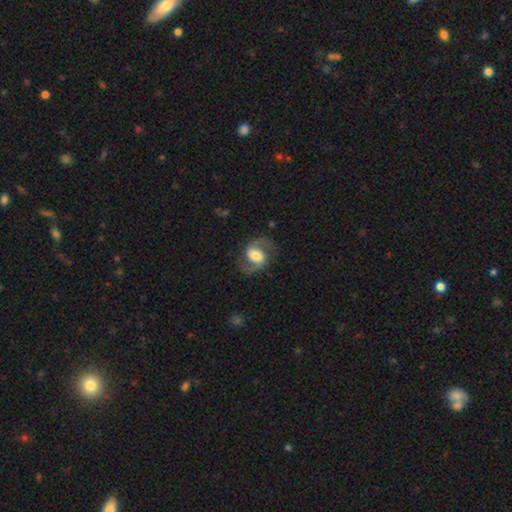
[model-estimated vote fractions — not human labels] Smooth or featured? Predicted: featured or disk (p=0.81). Edge-on disk? Predicted: no (p=0.98). Bar? Predicted: weak (p=0.44). Spiral arms? Predicted: yes (p=0.95). Spiral winding? Predicted: medium (p=0.53). Spiral arm count? Predicted: 2 (p=0.93). Bulge size? Predicted: moderate (p=0.49). Merging? Predicted: none (p=0.77).